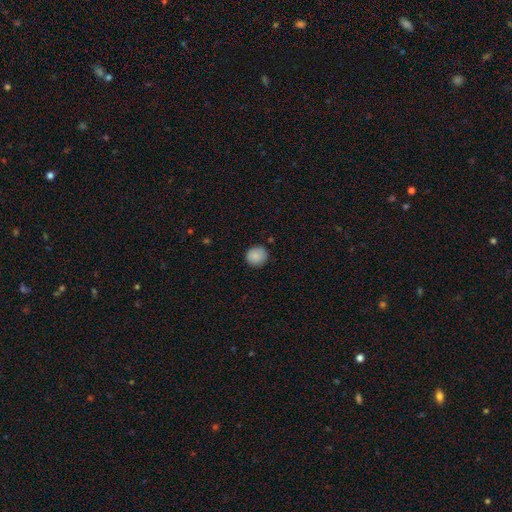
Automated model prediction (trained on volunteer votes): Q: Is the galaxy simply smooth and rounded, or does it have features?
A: smooth — 87%.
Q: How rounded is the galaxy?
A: round — 88%.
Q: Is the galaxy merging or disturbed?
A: none — 86%.